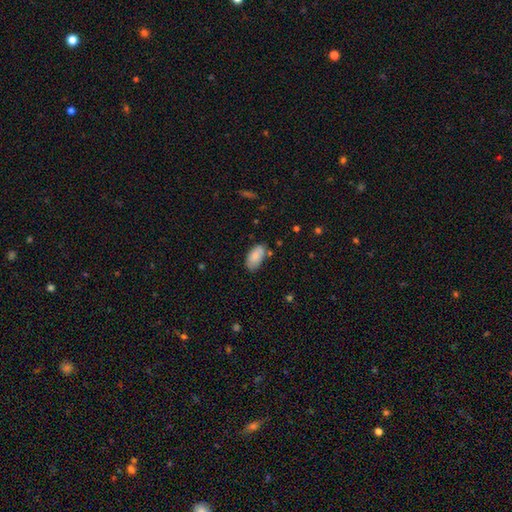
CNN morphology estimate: smooth-or-featured: smooth: 80% | featured or disk: 13% | star or artifact: 7%
  how-rounded: in between: 94% | cigar-shaped: 3% | round: 3%
  merging: none: 70% | minor disturbance: 21% | merger: 6% | major disturbance: 4%